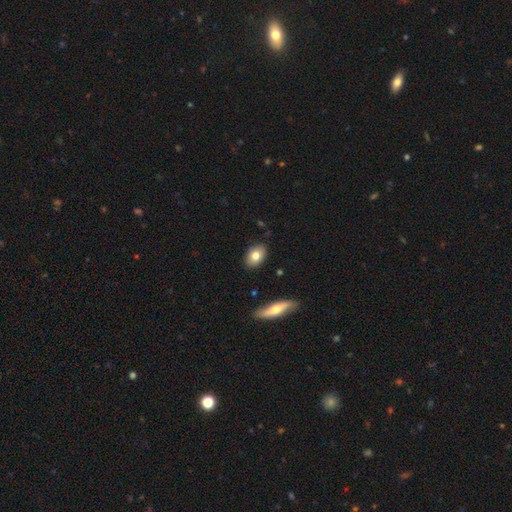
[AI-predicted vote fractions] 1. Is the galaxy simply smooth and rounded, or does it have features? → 77% smooth, 15% featured or disk, 7% star or artifact.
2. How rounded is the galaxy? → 82% in between, 15% round, 2% cigar-shaped.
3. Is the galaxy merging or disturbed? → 86% none, 10% minor disturbance, 2% major disturbance, 2% merger.